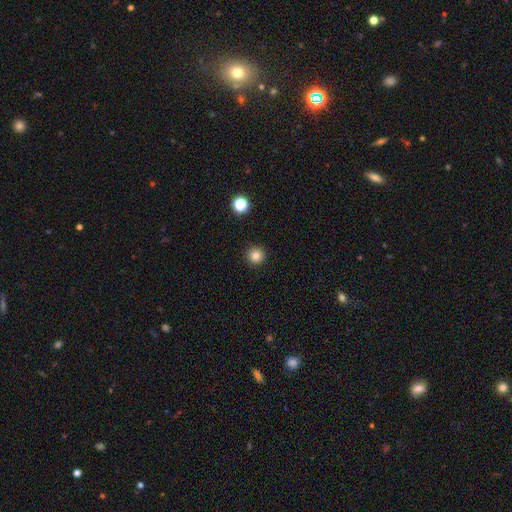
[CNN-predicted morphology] A smooth galaxy with no disk features (81%) that is round (96%).

Vote fractions:
- Smooth or featured? smooth: 81% / star or artifact: 13% / featured or disk: 6%
- How rounded? round: 96% / in between: 4% / cigar-shaped: 1%
- Merging? none: 92% / minor disturbance: 5% / major disturbance: 2% / merger: 1%